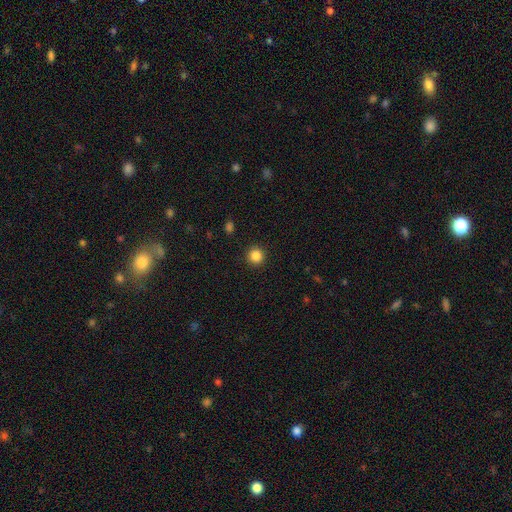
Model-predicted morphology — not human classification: A smooth galaxy with no disk features (85%) that is round (94%). Merging: none (92%).